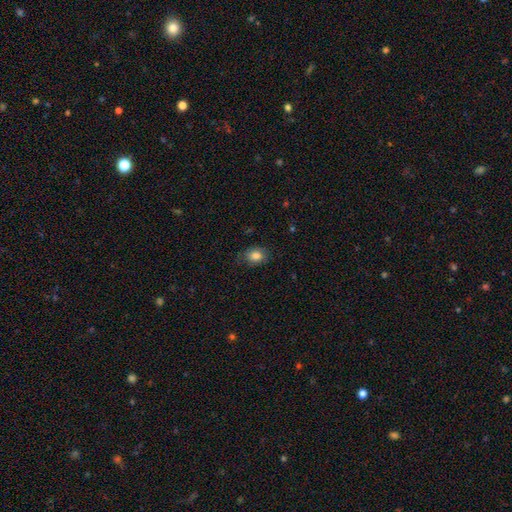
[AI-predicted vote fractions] smooth_or_featured: smooth (p=0.83) [alt: star or artifact p=0.09]
how_rounded: in between (p=0.61) [alt: round p=0.38]
merging: none (p=0.74) [alt: minor disturbance p=0.20]